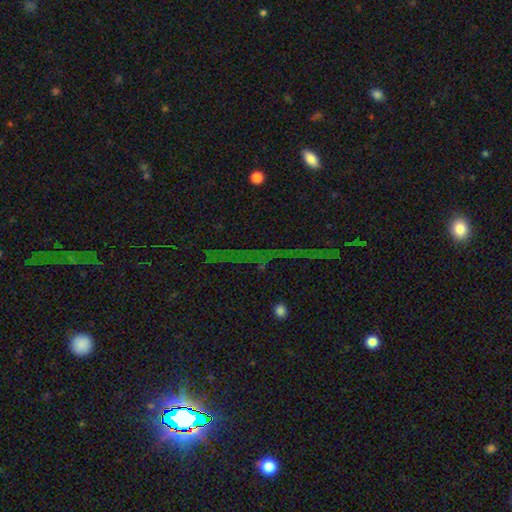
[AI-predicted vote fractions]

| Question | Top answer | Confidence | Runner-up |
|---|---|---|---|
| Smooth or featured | star or artifact | 79% | smooth (11%) |